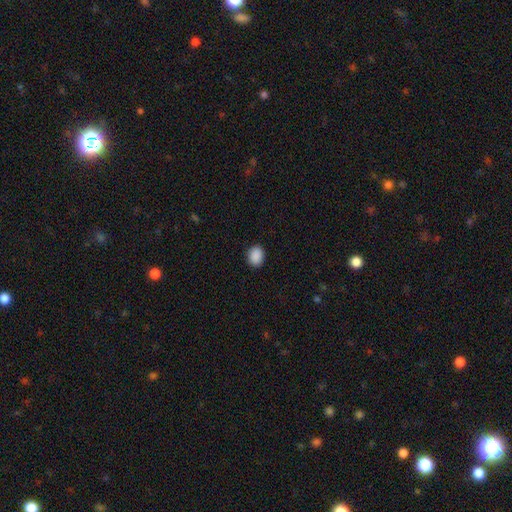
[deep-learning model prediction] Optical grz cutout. It shows a smooth galaxy with no disk features (89%) that is in between round and cigar-shaped (57%). Merging: none (89%).